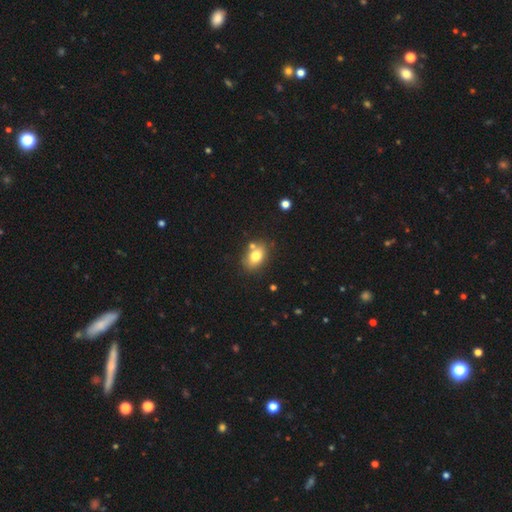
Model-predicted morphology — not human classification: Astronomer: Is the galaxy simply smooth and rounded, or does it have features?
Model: smooth — 76%.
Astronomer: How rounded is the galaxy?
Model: in between — 80%.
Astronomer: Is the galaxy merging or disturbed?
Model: none — 69%.